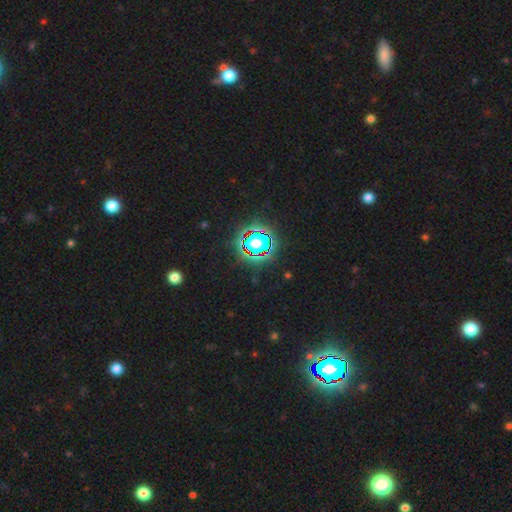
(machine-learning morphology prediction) Overall: star or artifact (83%).